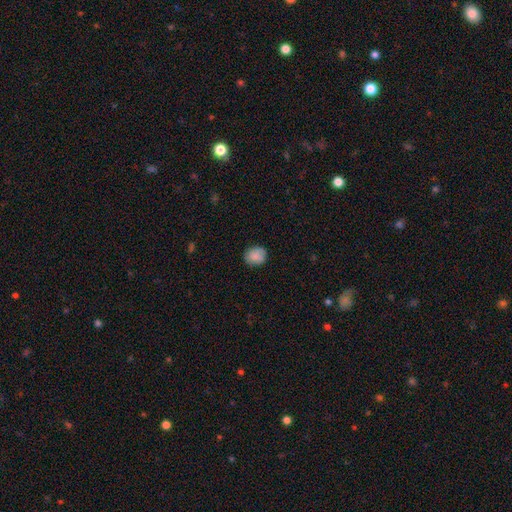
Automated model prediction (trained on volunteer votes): Morphology: type=smooth (84%); roundness=round (69%); merging=none (81%).